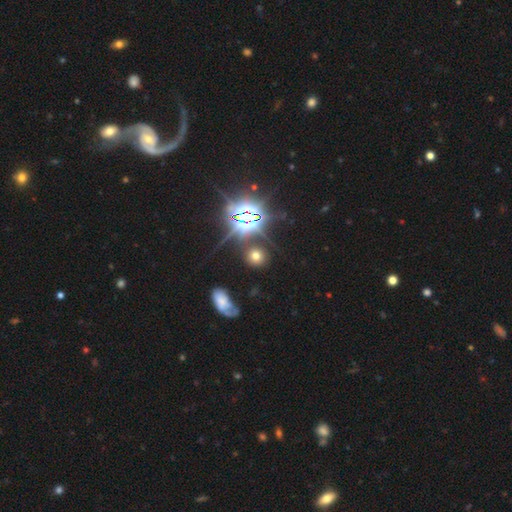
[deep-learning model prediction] smooth 50%, star or artifact 38%, featured or disk 12%. Down the decision tree: merging — none (79%).